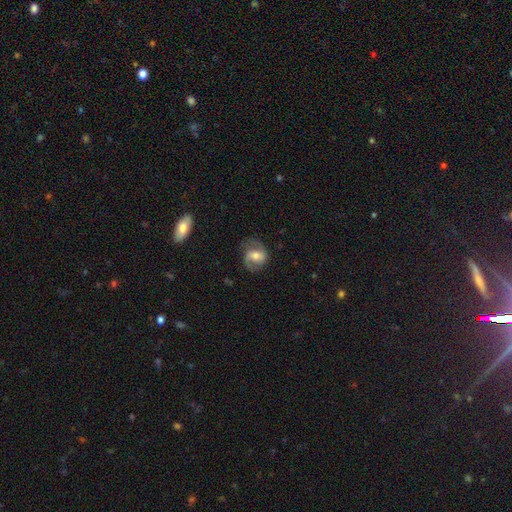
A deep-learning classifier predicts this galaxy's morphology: The model was most divided on "bar": weak: 42%, no: 38%, strong: 20%. Remaining: edge-on disk — no (97%); spiral arms — yes (89%); spiral arm count — 2 (82%); merging — none (68%); smooth or featured — featured or disk (66%); bulge size — moderate (62%); spiral winding — medium (49%).